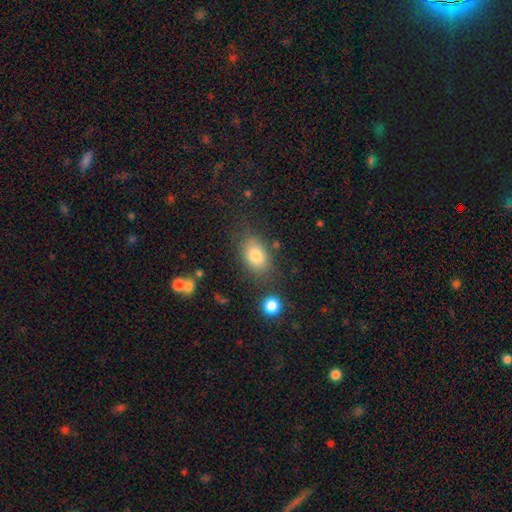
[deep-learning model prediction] smooth 81%, featured or disk 11%, star or artifact 9%. Down the decision tree: how rounded — in between (83%); merging — none (74%).